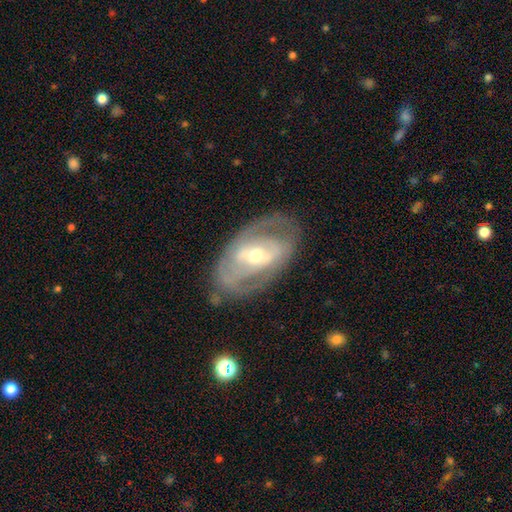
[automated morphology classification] smooth_or_featured: featured or disk (p=0.78) [alt: smooth p=0.16]
disk_edge_on: no (p=0.93) [alt: yes p=0.07]
bar: weak (p=0.38) [alt: strong p=0.35]
has_spiral_arms: yes (p=0.65) [alt: no p=0.35]
bulge_size: moderate (p=0.55) [alt: small p=0.39]
merging: none (p=0.74) [alt: minor disturbance p=0.16]